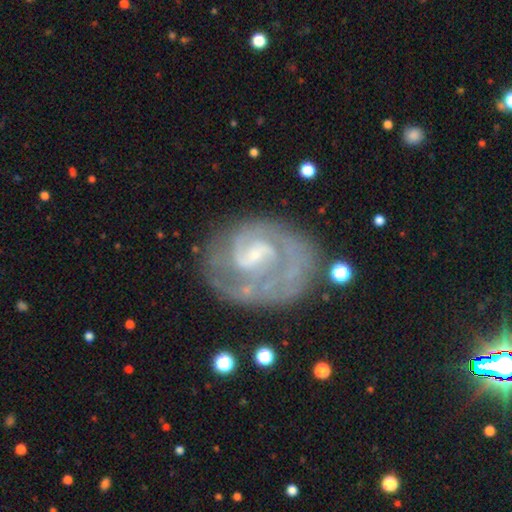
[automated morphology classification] Q: Smooth or featured?
A: featured or disk (83%); runner-up: smooth (11%)
Q: Edge-on disk?
A: no (98%); runner-up: yes (2%)
Q: Bar?
A: weak (51%); runner-up: no (35%)
Q: Spiral arms?
A: yes (90%); runner-up: no (10%)
Q: Spiral winding?
A: tight (50%); runner-up: medium (37%)
Q: Spiral arm count?
A: 2 (43%); runner-up: can't tell (23%)
Q: Bulge size?
A: small (60%); runner-up: moderate (20%)
Q: Merging?
A: none (62%); runner-up: minor disturbance (19%)